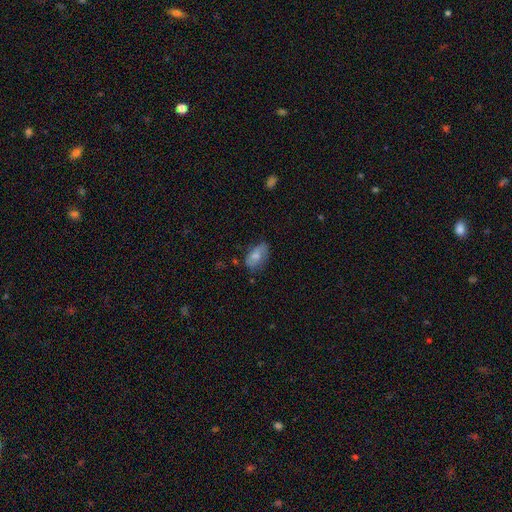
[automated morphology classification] smooth 75%, featured or disk 18%, star or artifact 7%. Down the decision tree: how rounded — in between (90%); merging — none (60%).